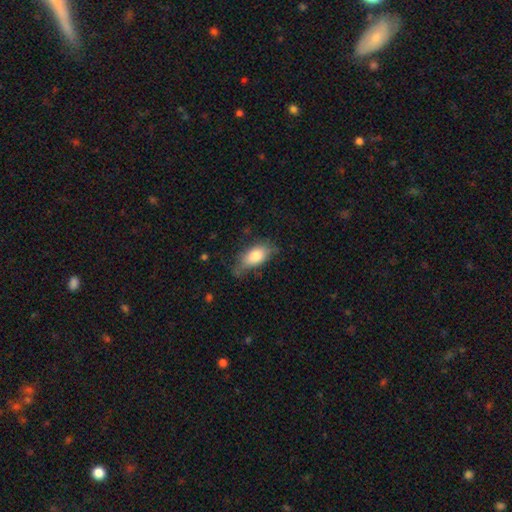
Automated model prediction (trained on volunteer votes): Q: Smooth or featured?
A: smooth (77%); runner-up: featured or disk (16%)
Q: How rounded?
A: in between (86%); runner-up: cigar-shaped (9%)
Q: Merging?
A: none (59%); runner-up: minor disturbance (30%)